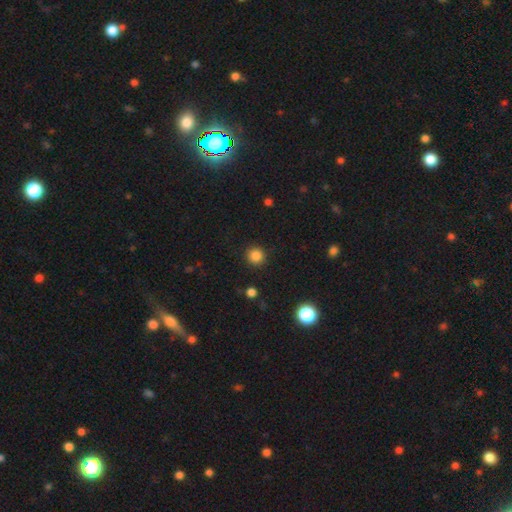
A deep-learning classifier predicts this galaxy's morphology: smooth-or-featured: smooth: 84% | star or artifact: 12% | featured or disk: 4%
  how-rounded: round: 93% | in between: 6% | cigar-shaped: 1%
  merging: none: 91% | minor disturbance: 6% | major disturbance: 2% | merger: 1%